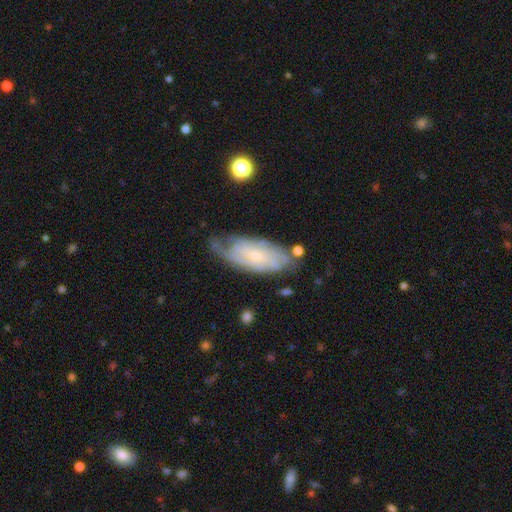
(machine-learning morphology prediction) The model was most divided on "spiral arm count": can't tell: 50%, 2: 24%, 3: 11%, 4: 7%, 1: 4%, more than 4: 4%. More confident: edge-on disk — no (91%); spiral arms — yes (90%); bulge size — small (76%); smooth or featured — featured or disk (73%); bar — no (67%); merging — none (60%); spiral winding — tight (60%).